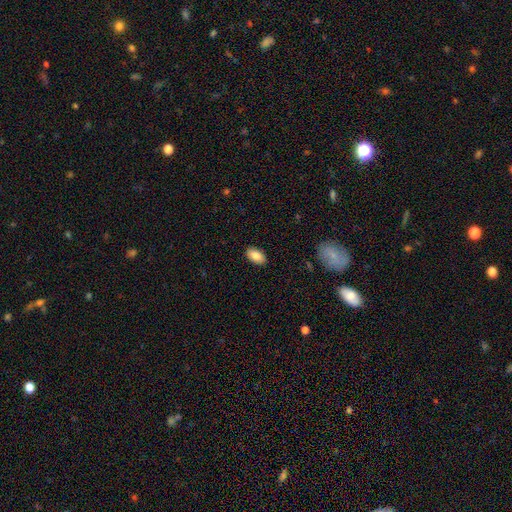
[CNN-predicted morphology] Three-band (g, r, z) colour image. It shows a smooth galaxy with no disk features (86%) that is in between round and cigar-shaped (93%). Merging: none (89%).